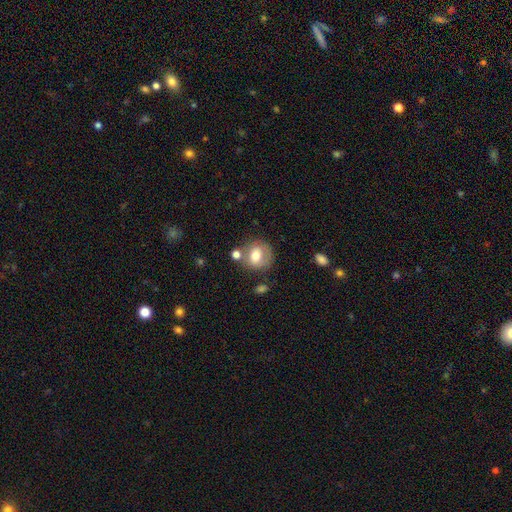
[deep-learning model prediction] Smooth or featured?
  - smooth: 62% *
  - featured or disk: 29%
  - star or artifact: 9%
How rounded?
  - round: 76% *
  - in between: 23%
  - cigar-shaped: 1%
Merging?
  - none: 61% *
  - minor disturbance: 18%
  - merger: 13%
  - major disturbance: 8%